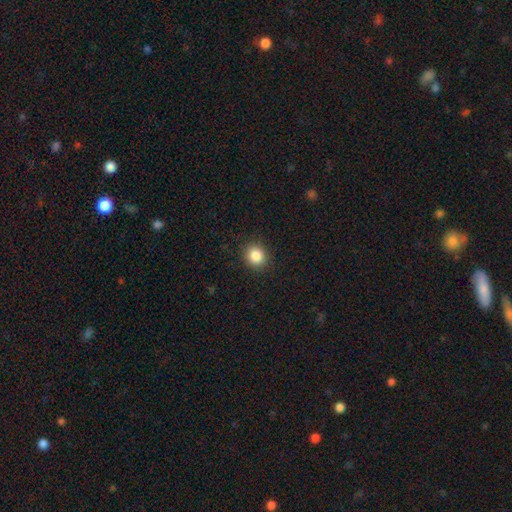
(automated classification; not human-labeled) Morphology: type=smooth (86%); roundness=round (83%); merging=none (89%).